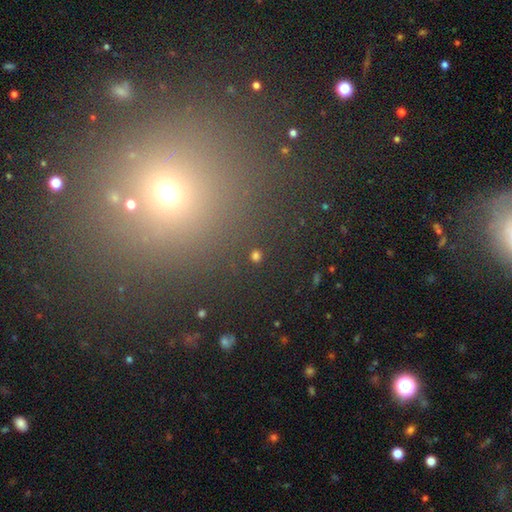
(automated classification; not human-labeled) Overall: smooth (70%). How rounded: round (84%). Merging: none (88%).